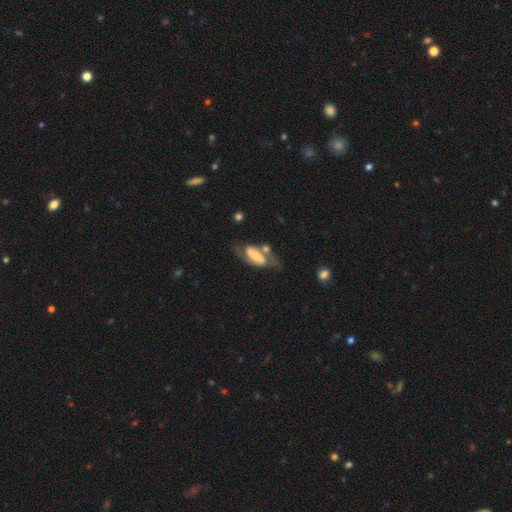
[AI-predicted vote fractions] Smooth or featured? Predicted: featured or disk (p=0.74). Edge-on disk? Predicted: no (p=0.92). Bar? Predicted: strong (p=0.49). Spiral arms? Predicted: yes (p=0.86). Spiral winding? Predicted: medium (p=0.47). Spiral arm count? Predicted: 2 (p=0.86). Bulge size? Predicted: moderate (p=0.47). Merging? Predicted: none (p=0.56).